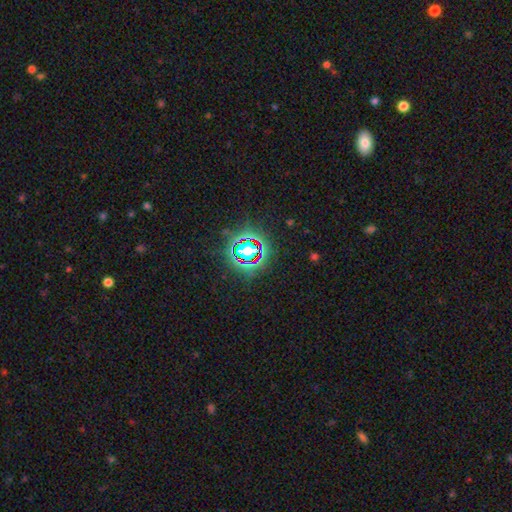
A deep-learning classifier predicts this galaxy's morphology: This is likely a star or artifact rather than a galaxy (77%).